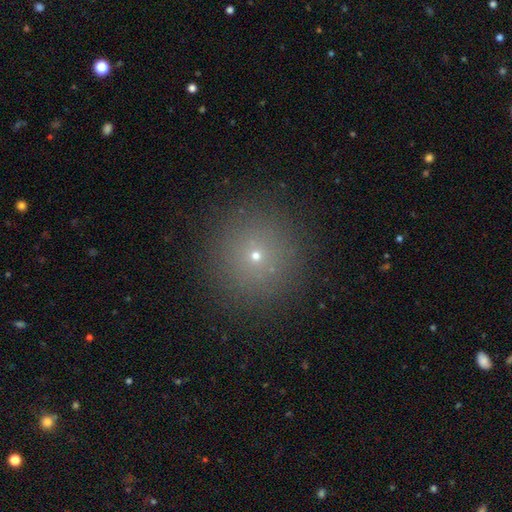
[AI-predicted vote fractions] This appears to be a smooth galaxy with no disk features (65%) that is round (96%). Merging: none (90%).